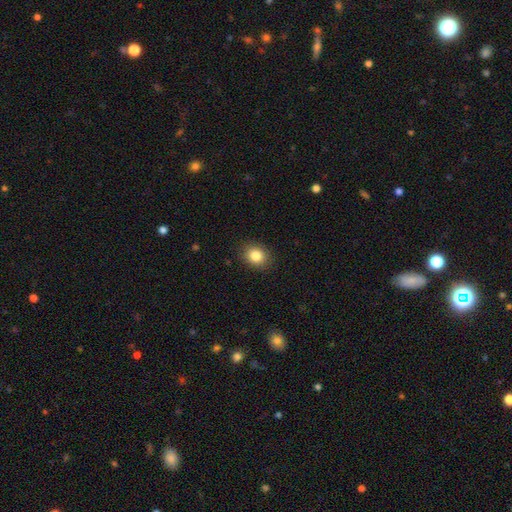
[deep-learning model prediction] Smooth or featured? smooth (85%)
How rounded? round (57%)
Merging? none (88%)